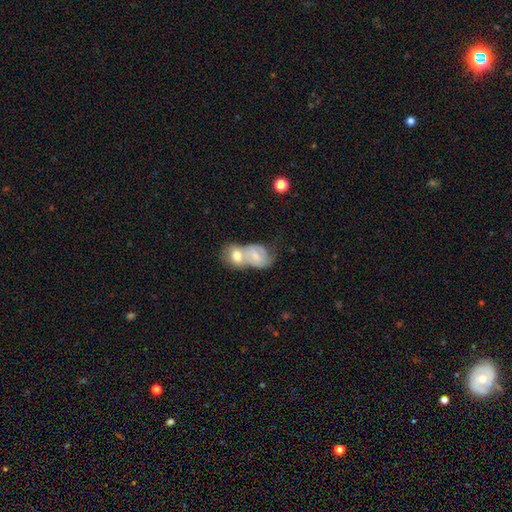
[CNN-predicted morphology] type=smooth (48%); merging=merger (68%).